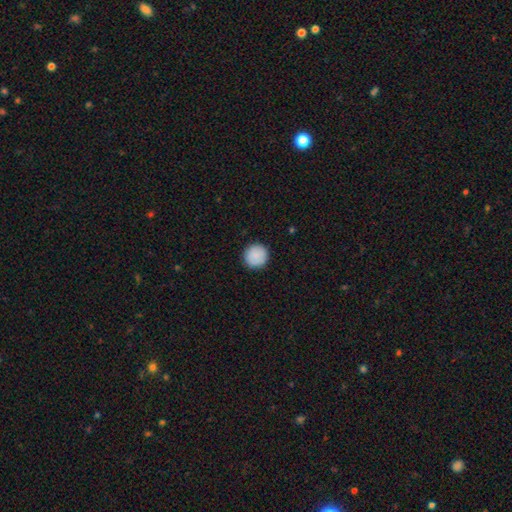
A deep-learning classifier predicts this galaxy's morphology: smooth_or_featured: smooth (p=0.89) [alt: star or artifact p=0.07]
how_rounded: round (p=0.95) [alt: in between p=0.04]
merging: none (p=0.92) [alt: minor disturbance p=0.06]